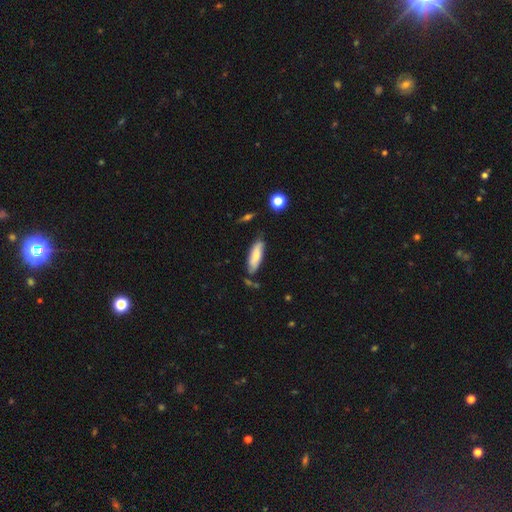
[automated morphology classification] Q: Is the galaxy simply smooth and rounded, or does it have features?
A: smooth — 70%.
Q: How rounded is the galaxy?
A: cigar-shaped — 51%.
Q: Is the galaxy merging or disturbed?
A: none — 70%.